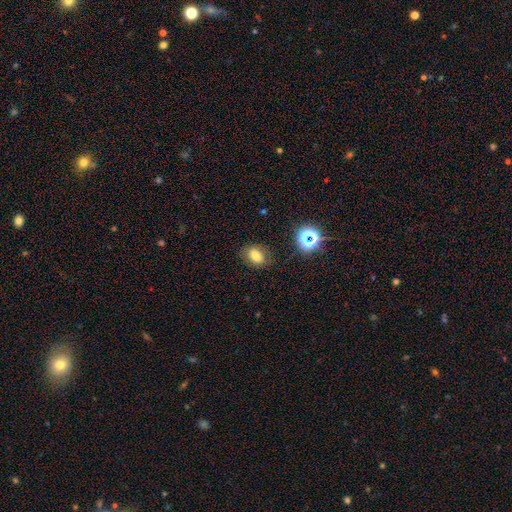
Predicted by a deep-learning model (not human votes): The model was most divided on "how rounded": in between: 73%, round: 26%, cigar-shaped: 1%. More confident: merging — none (80%); smooth or featured — smooth (75%).